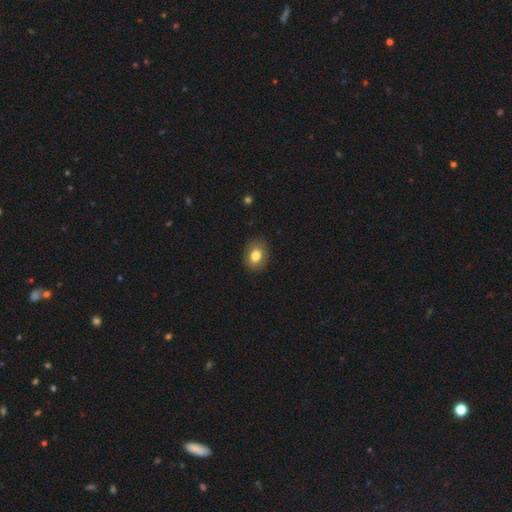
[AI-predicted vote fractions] smooth_or_featured: smooth (p=0.80) [alt: featured or disk p=0.11]
how_rounded: in between (p=0.59) [alt: round p=0.40]
merging: none (p=0.85) [alt: minor disturbance p=0.11]